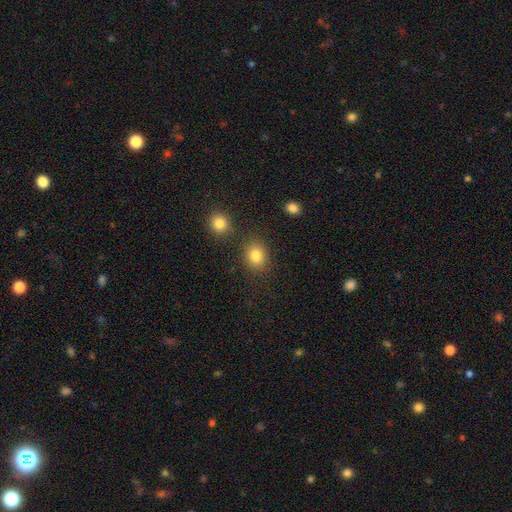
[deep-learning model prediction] Smooth or featured? smooth (84%)
How rounded? round (66%)
Merging? none (82%)